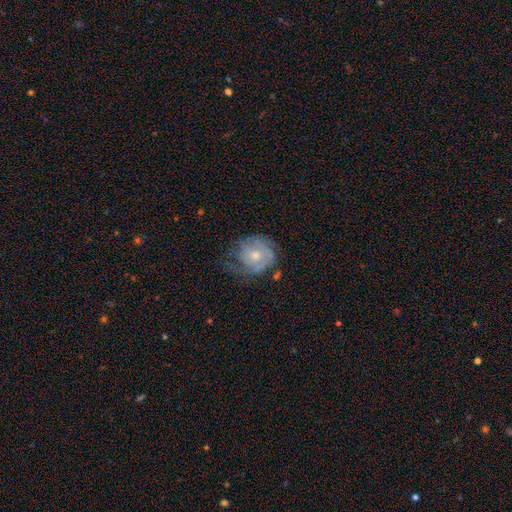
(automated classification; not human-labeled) featured or disk 54%, smooth 39%, star or artifact 7%. Down the decision tree: edge-on disk — no (97%); bar — no (82%); spiral arms — yes (64%); bulge size — moderate (53%); merging — none (44%).